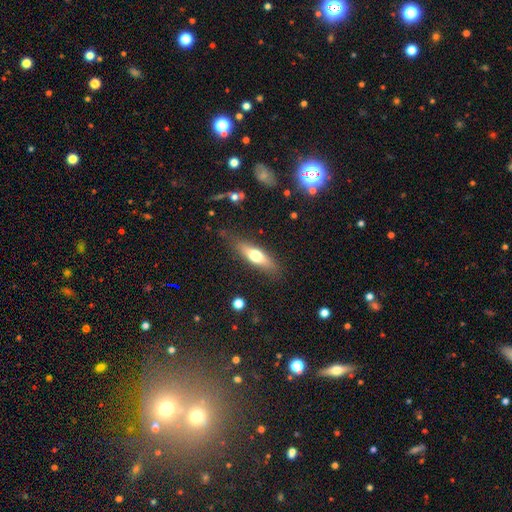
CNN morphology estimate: A smooth galaxy with no disk features (58%) that is cigar-shaped (55%). Merging: none (81%).